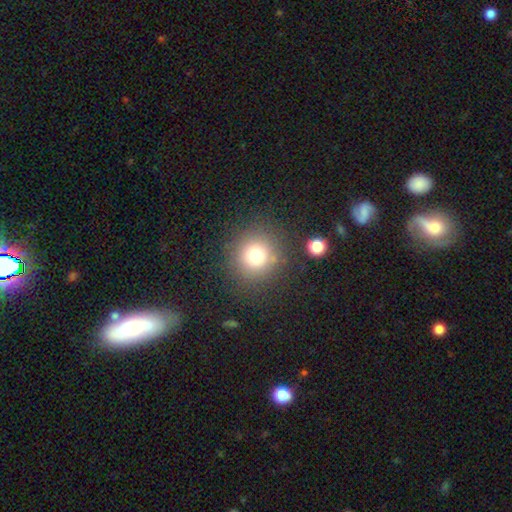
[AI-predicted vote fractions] smooth 75%, star or artifact 16%, featured or disk 10%. Down the decision tree: how rounded — round (92%); merging — none (83%).